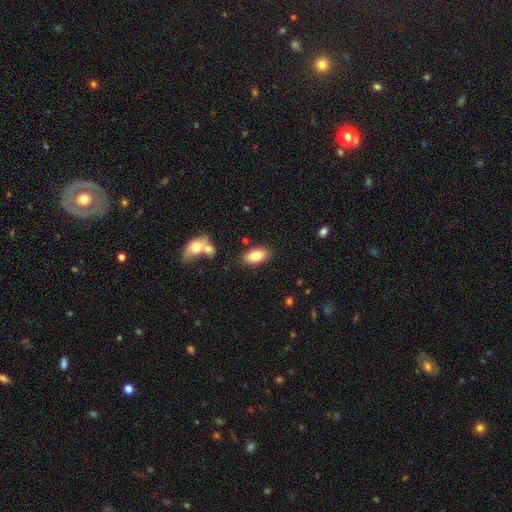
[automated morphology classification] Overall: smooth (81%). How rounded: in between (92%). Merging: none (79%).